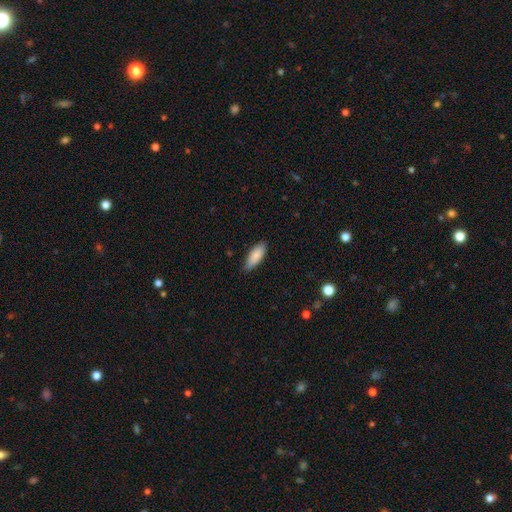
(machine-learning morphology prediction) Smooth or featured: smooth — 86% (featured or disk — 8%)
How rounded: in between — 77% (cigar-shaped — 21%)
Merging: none — 79% (minor disturbance — 17%)